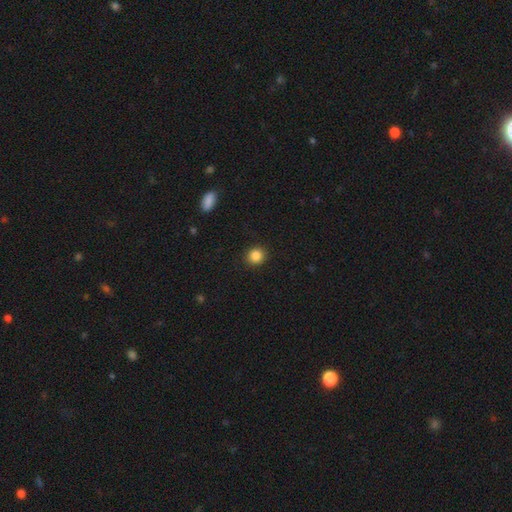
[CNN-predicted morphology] Smooth or featured: smooth — 86% (star or artifact — 10%)
How rounded: round — 87% (in between — 12%)
Merging: none — 91% (minor disturbance — 6%)